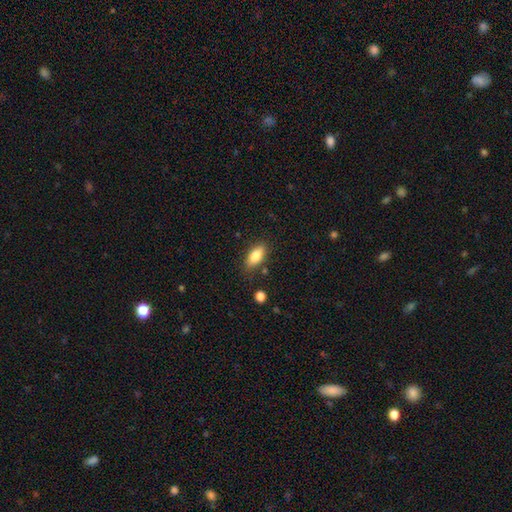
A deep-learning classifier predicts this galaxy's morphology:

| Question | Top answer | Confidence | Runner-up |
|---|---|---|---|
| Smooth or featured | smooth | 83% | featured or disk (10%) |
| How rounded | in between | 85% | cigar-shaped (12%) |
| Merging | none | 80% | minor disturbance (13%) |